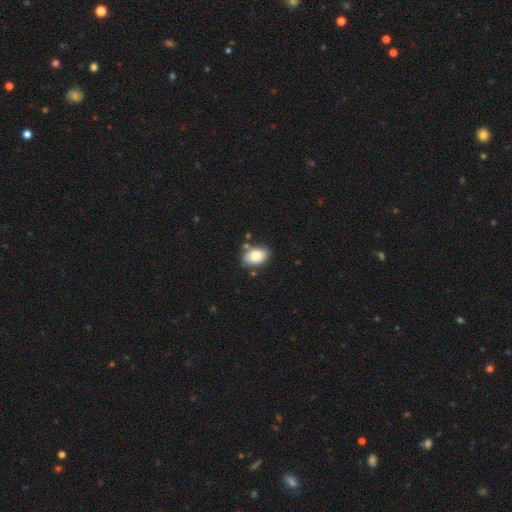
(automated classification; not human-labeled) Smooth or featured: smooth — 81% (featured or disk — 11%)
How rounded: in between — 83% (round — 16%)
Merging: none — 72% (minor disturbance — 17%)